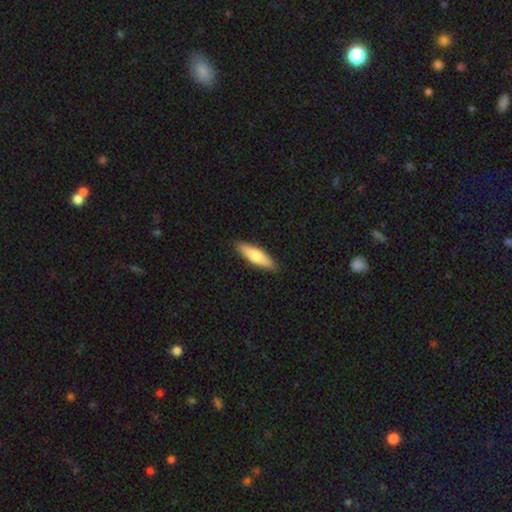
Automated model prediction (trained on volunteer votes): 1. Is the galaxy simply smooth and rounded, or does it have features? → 68% smooth, 26% featured or disk, 5% star or artifact.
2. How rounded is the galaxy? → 64% cigar-shaped, 35% in between, 2% round.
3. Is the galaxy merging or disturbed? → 89% none, 8% minor disturbance, 2% major disturbance, 1% merger.